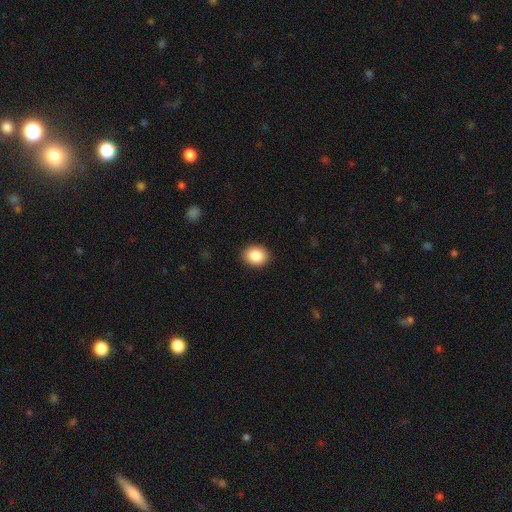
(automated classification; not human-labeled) smooth 87%, star or artifact 8%, featured or disk 5%. Down the decision tree: how rounded — round (53%); merging — none (91%).